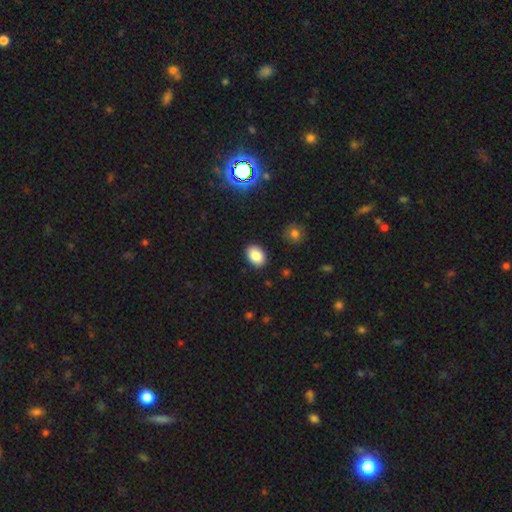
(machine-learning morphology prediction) Smooth or featured: smooth — 86% (star or artifact — 9%)
How rounded: in between — 81% (round — 18%)
Merging: none — 89% (minor disturbance — 8%)